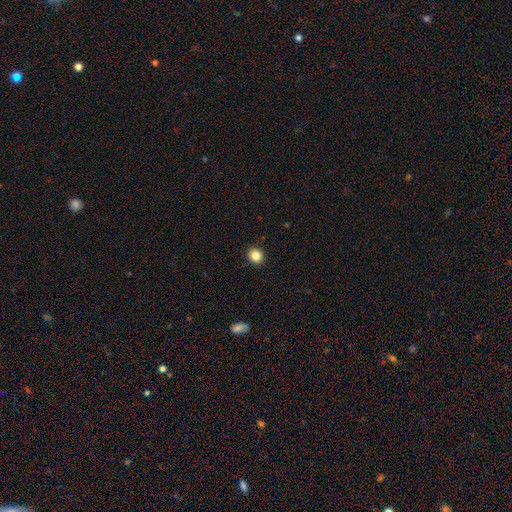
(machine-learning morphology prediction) Smooth or featured? Predicted: smooth (p=0.85). How rounded? Predicted: round (p=0.85). Merging? Predicted: none (p=0.92).